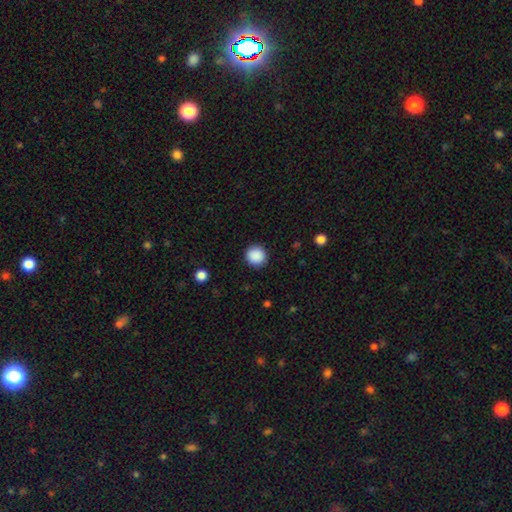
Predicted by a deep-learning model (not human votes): Smooth or featured? smooth (89%)
How rounded? round (94%)
Merging? none (91%)